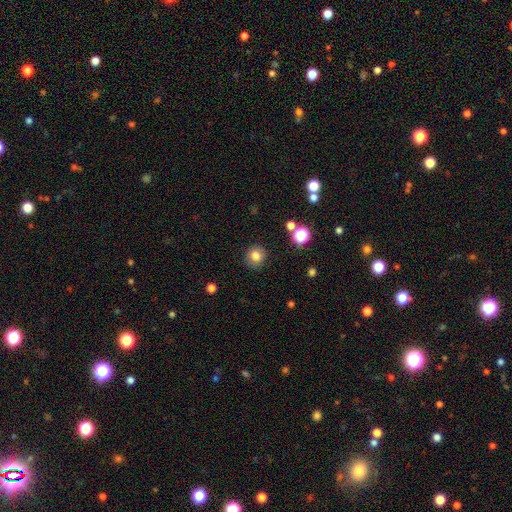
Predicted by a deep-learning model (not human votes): Overall: smooth (81%). How rounded: round (89%). Merging: none (89%).